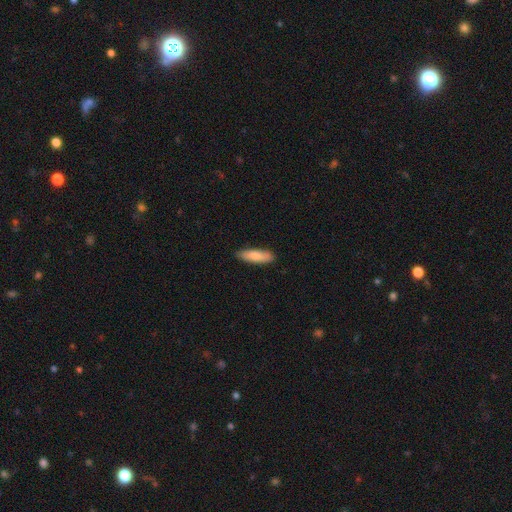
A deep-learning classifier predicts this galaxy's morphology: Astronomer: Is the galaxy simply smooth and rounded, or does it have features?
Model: smooth — 83%.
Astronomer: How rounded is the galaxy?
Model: cigar-shaped — 56% (runner-up: in between, 43%).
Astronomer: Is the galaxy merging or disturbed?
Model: none — 86%.